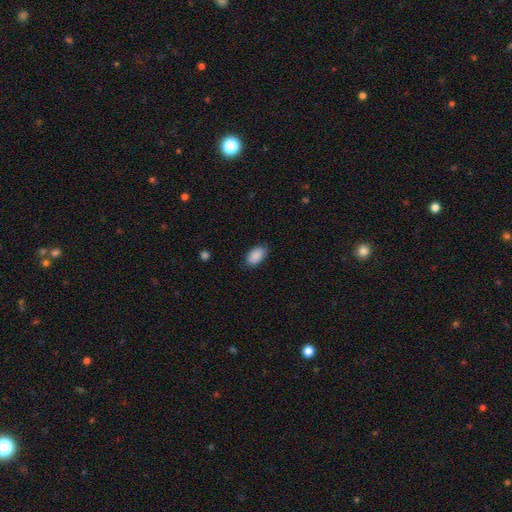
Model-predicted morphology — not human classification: smooth_or_featured: smooth (p=0.90) [alt: star or artifact p=0.07]
how_rounded: in between (p=0.93) [alt: round p=0.06]
merging: none (p=0.84) [alt: minor disturbance p=0.13]